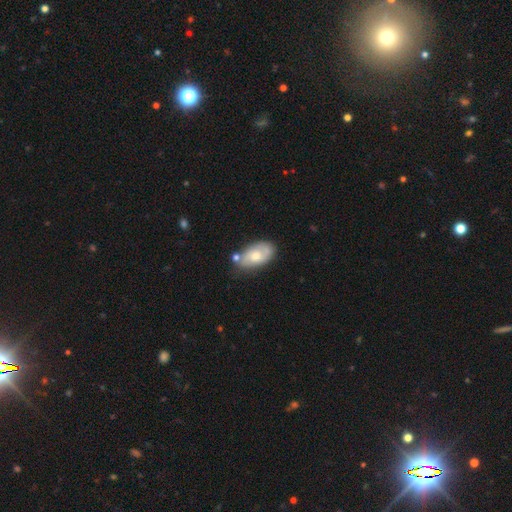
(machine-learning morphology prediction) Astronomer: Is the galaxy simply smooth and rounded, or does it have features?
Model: smooth — 50% (runner-up: featured or disk, 44%).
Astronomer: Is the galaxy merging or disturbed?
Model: none — 58%.